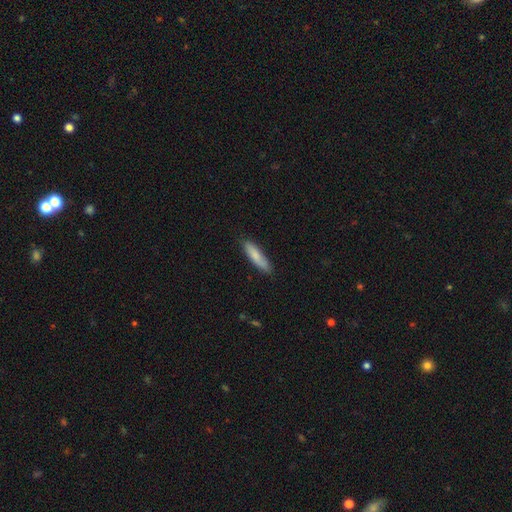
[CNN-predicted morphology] Overall: smooth (81%). How rounded: cigar-shaped (74%). Merging: none (84%).